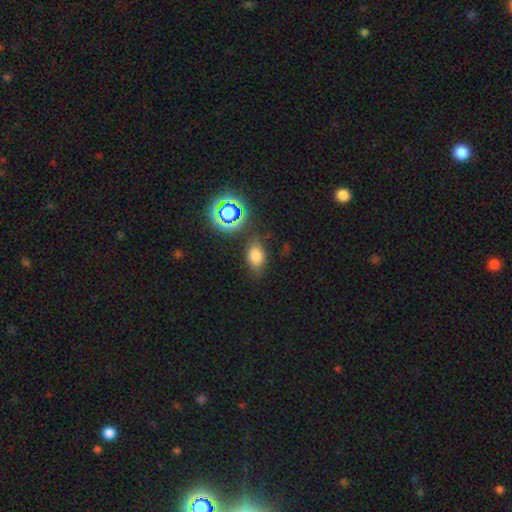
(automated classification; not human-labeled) Smooth or featured?
  - smooth: 72% *
  - star or artifact: 19%
  - featured or disk: 10%
How rounded?
  - in between: 79% *
  - round: 19%
  - cigar-shaped: 2%
Merging?
  - none: 75% *
  - minor disturbance: 16%
  - major disturbance: 5%
  - merger: 4%